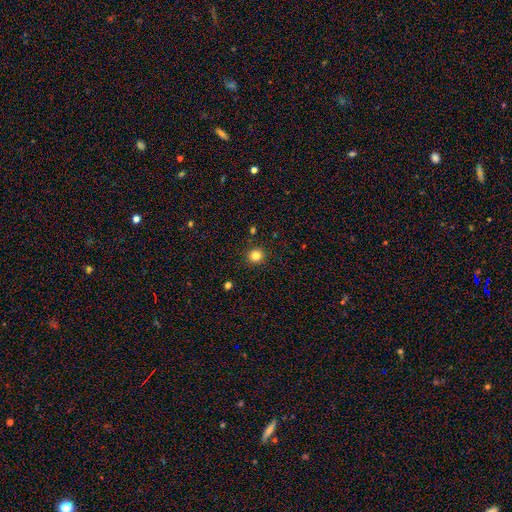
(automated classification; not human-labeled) Overall: smooth (82%). How rounded: round (93%). Merging: none (91%).